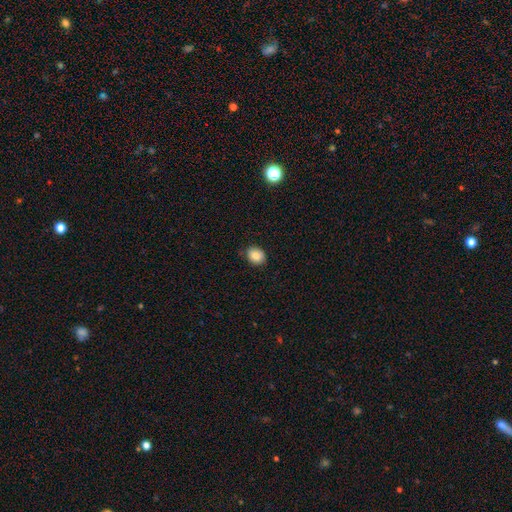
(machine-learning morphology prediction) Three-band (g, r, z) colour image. It shows a smooth galaxy with no disk features (85%) that is round (55%). Merging: none (81%).